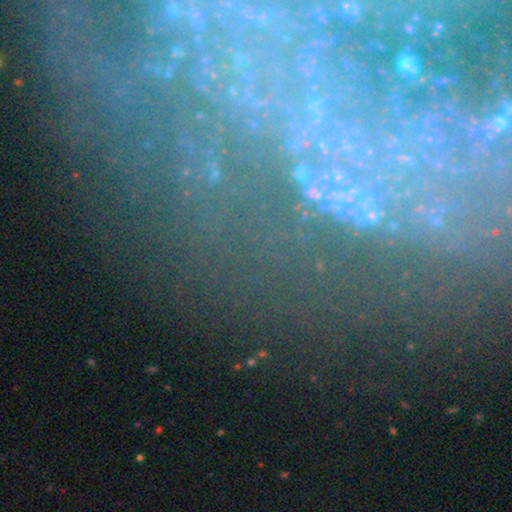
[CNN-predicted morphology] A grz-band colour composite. It shows a star or artifact, not a galaxy (55%).